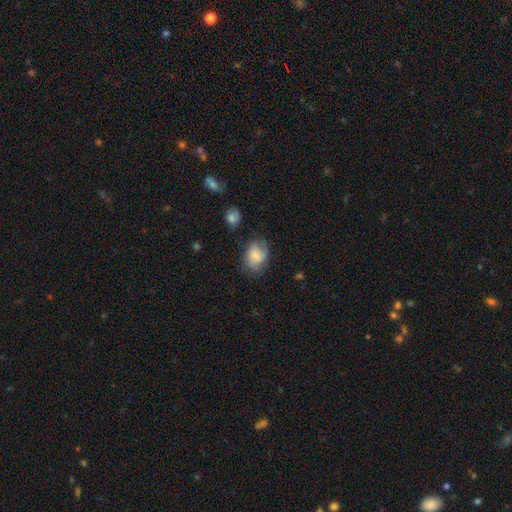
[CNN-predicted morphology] The model was most divided on "how rounded": in between: 64%, round: 35%, cigar-shaped: 1%. More confident: smooth or featured — smooth (70%); merging — none (61%).